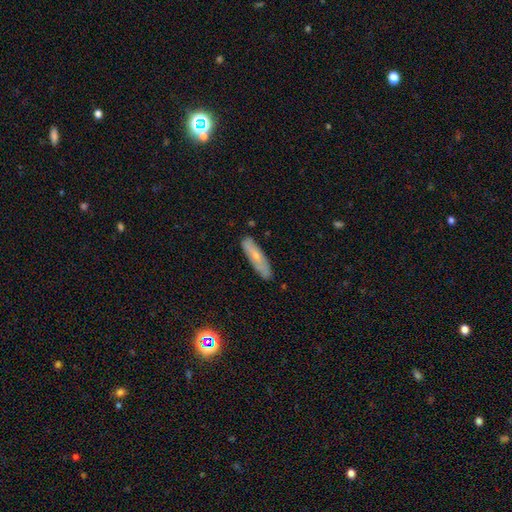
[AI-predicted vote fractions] Smooth or featured: smooth — 55% (featured or disk — 37%)
How rounded: cigar-shaped — 73% (in between — 25%)
Merging: none — 81% (minor disturbance — 15%)